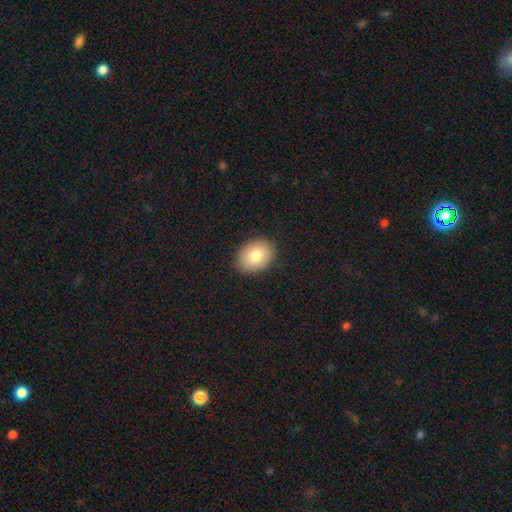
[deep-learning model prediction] This is clearly a smooth galaxy (84%). How rounded: likely in between (73%). Merging: clearly none (88%).